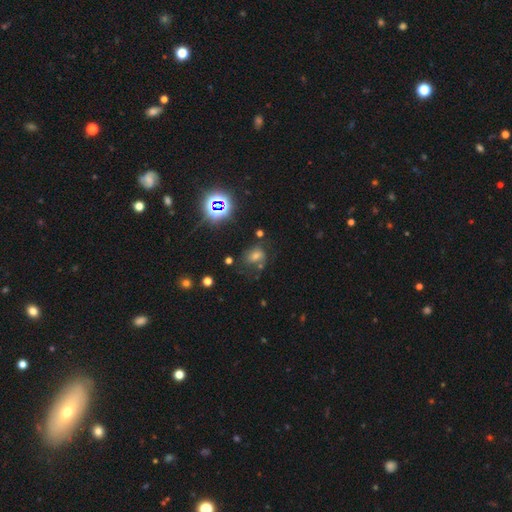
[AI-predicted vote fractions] Smooth or featured? Predicted: smooth (p=0.39, tied with star or artifact). Merging? Predicted: none (p=0.55).